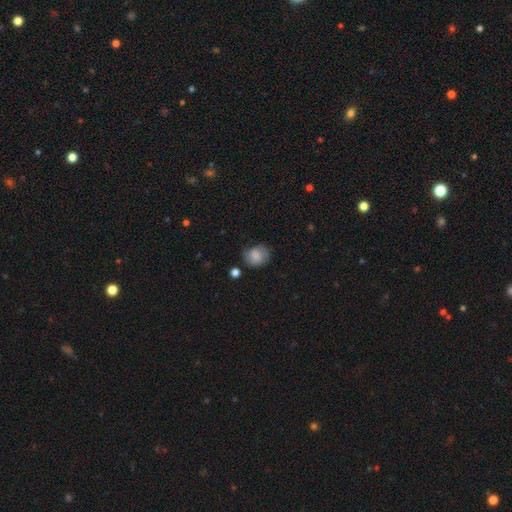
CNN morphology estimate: A smooth galaxy with no disk features (75%) that is round (64%). Merging: none (65%).